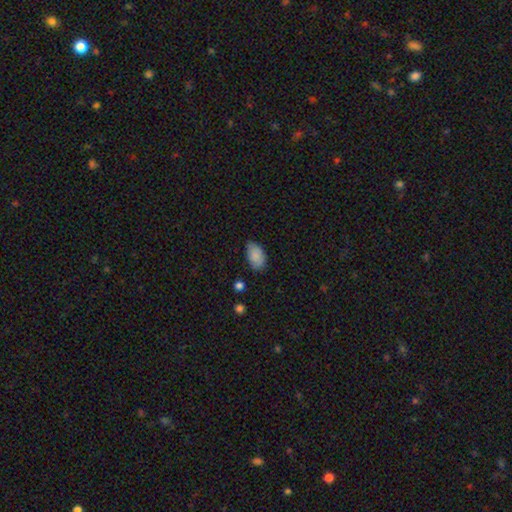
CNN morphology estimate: The model was most divided on "merging": none: 72%, minor disturbance: 23%, major disturbance: 4%, merger: 2%. More confident: how rounded — in between (92%); smooth or featured — smooth (86%).